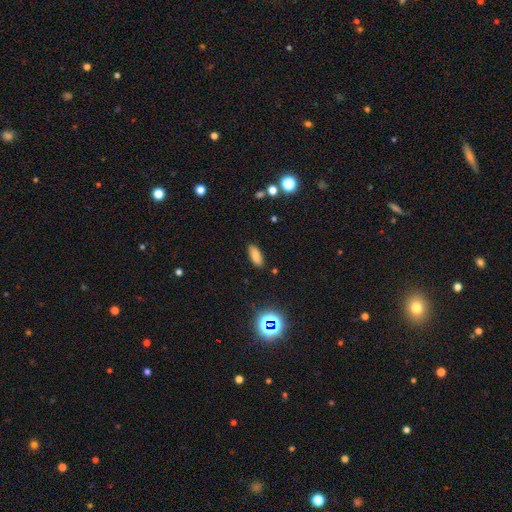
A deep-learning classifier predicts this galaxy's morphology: Smooth or featured? Predicted: smooth (p=0.79). How rounded? Predicted: in between (p=0.78). Merging? Predicted: none (p=0.87).